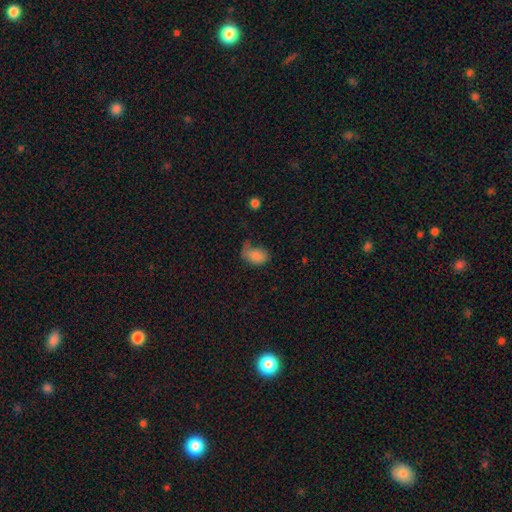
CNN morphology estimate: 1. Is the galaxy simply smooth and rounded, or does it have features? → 79% smooth, 12% featured or disk, 9% star or artifact.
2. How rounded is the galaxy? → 82% in between, 17% round, 1% cigar-shaped.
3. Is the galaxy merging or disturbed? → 32% major disturbance (tied), 32% minor disturbance (tied), 31% none, 5% merger.